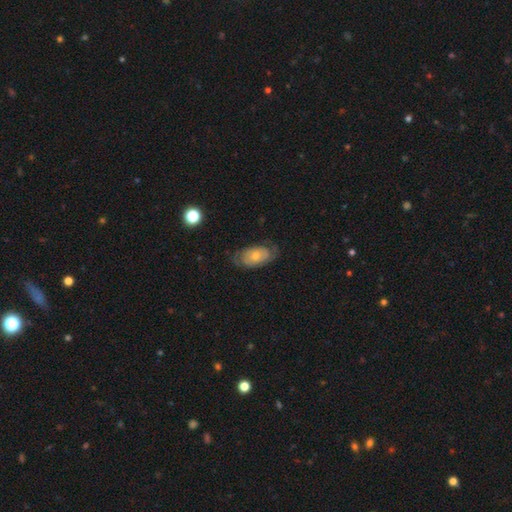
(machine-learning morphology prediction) This is possibly a featured or disk galaxy (53%). It is clearly not viewed edge-on (93%). Merging: likely none (65%).